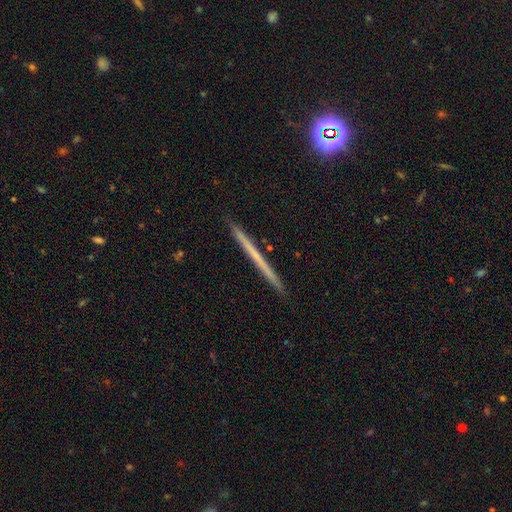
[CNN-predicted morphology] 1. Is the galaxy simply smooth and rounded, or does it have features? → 48% featured or disk, 44% smooth, 8% star or artifact.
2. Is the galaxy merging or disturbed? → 92% none, 5% minor disturbance, 1% major disturbance, 1% merger.